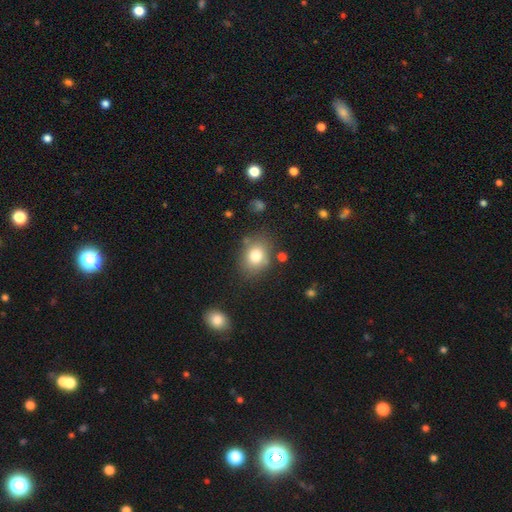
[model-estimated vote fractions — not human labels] Smooth or featured: smooth — 79% (featured or disk — 11%)
How rounded: in between — 55% (round — 44%)
Merging: none — 77% (minor disturbance — 14%)